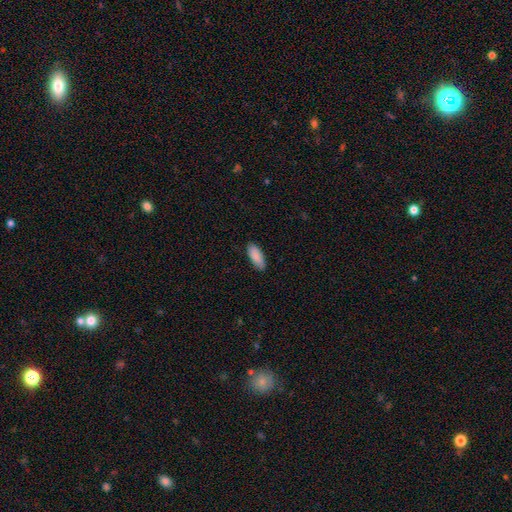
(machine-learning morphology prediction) smooth_or_featured: smooth (p=0.89) [alt: star or artifact p=0.06]
how_rounded: in between (p=0.78) [alt: cigar-shaped p=0.20]
merging: none (p=0.85) [alt: minor disturbance p=0.12]